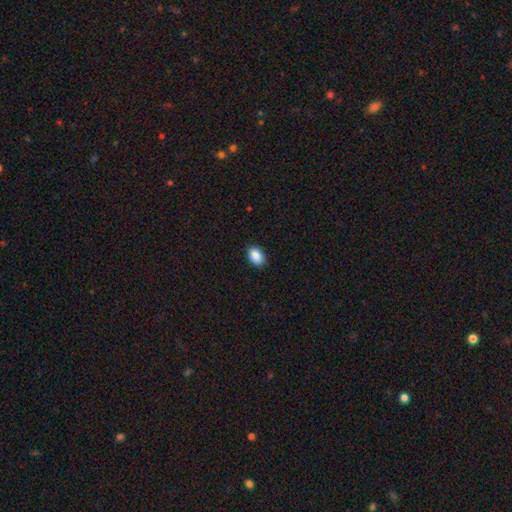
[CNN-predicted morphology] Smooth or featured? Predicted: smooth (p=0.89). How rounded? Predicted: in between (p=0.82). Merging? Predicted: none (p=0.89).